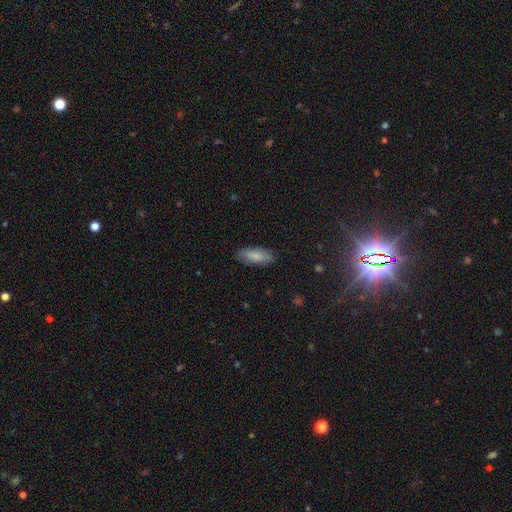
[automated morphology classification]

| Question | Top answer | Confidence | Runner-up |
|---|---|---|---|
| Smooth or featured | smooth | 84% | featured or disk (10%) |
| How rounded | in between | 78% | cigar-shaped (20%) |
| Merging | none | 84% | minor disturbance (12%) |